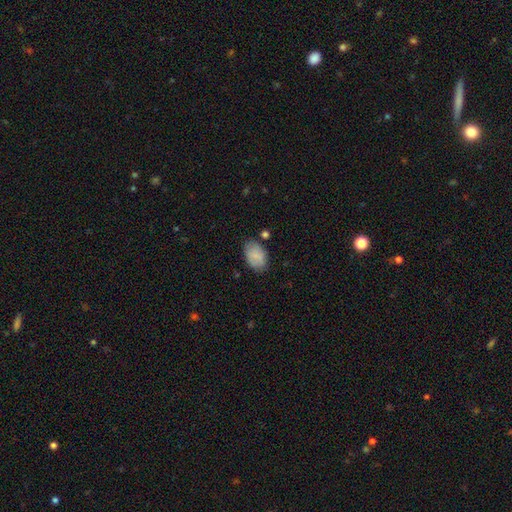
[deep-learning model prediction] Q: Smooth or featured?
A: smooth (83%); runner-up: featured or disk (10%)
Q: How rounded?
A: in between (89%); runner-up: round (10%)
Q: Merging?
A: none (76%); runner-up: minor disturbance (17%)